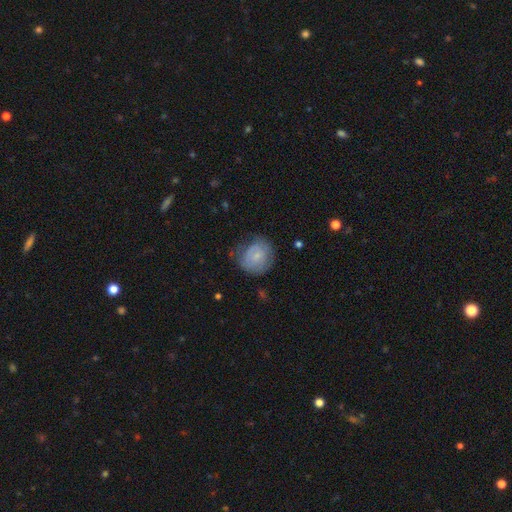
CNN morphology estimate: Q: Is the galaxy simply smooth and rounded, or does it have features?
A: smooth — 53%.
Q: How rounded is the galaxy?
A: round — 77%.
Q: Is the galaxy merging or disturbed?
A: none — 57%.